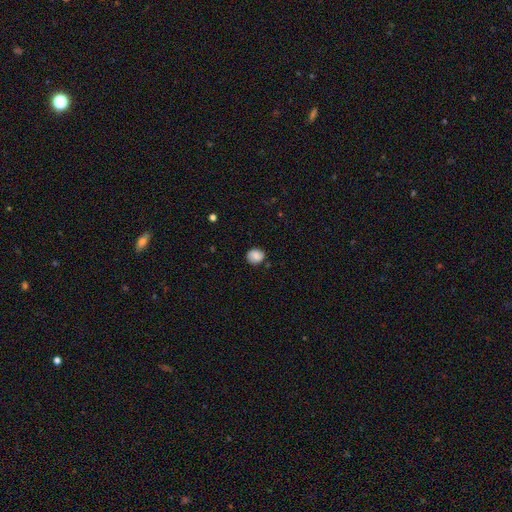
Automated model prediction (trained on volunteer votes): The model was most divided on "how rounded": round: 70%, in between: 29%, cigar-shaped: 1%. More confident: smooth or featured — smooth (85%); merging — none (82%).